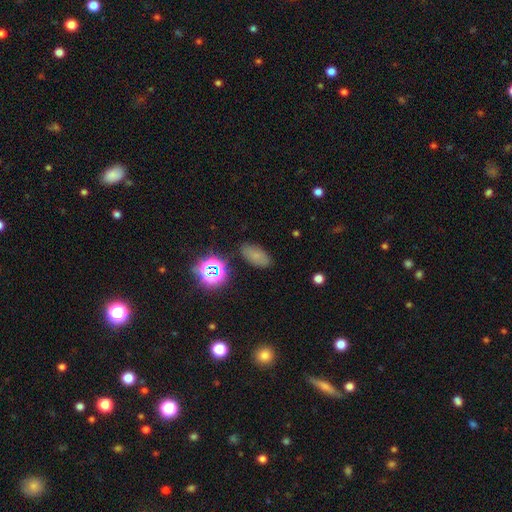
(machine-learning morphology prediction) A smooth galaxy with no disk features (68%) that is in between round and cigar-shaped (87%). Merging: none (83%).